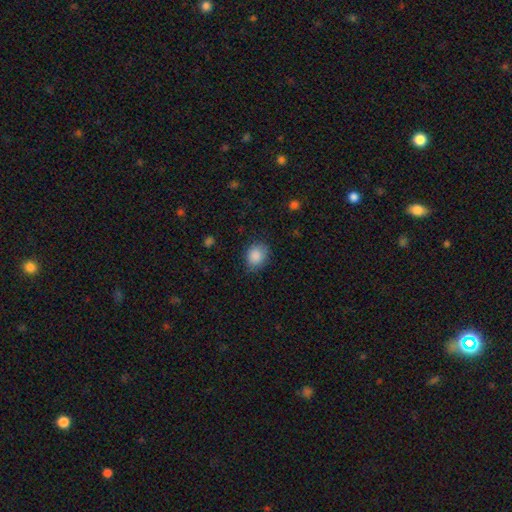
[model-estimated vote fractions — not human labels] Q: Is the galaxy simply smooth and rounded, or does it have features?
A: smooth — 88%.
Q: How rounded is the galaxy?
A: round — 61%.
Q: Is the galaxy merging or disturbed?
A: none — 79%.